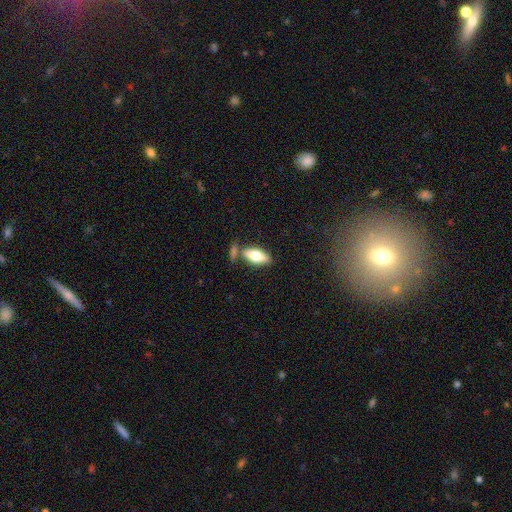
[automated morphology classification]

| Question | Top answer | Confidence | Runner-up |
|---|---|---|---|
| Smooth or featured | smooth | 68% | featured or disk (26%) |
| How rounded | in between | 83% | cigar-shaped (14%) |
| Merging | none | 63% | merger (16%) |